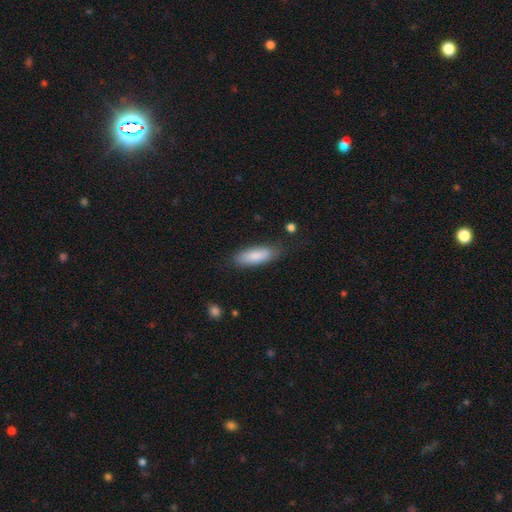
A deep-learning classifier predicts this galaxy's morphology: A smooth galaxy with no disk features (84%) that is in between round and cigar-shaped (62%).

Vote fractions:
- Smooth or featured? smooth: 84% / featured or disk: 10% / star or artifact: 6%
- How rounded? in between: 62% / cigar-shaped: 36% / round: 2%
- Merging? none: 76% / minor disturbance: 17% / major disturbance: 5% / merger: 2%